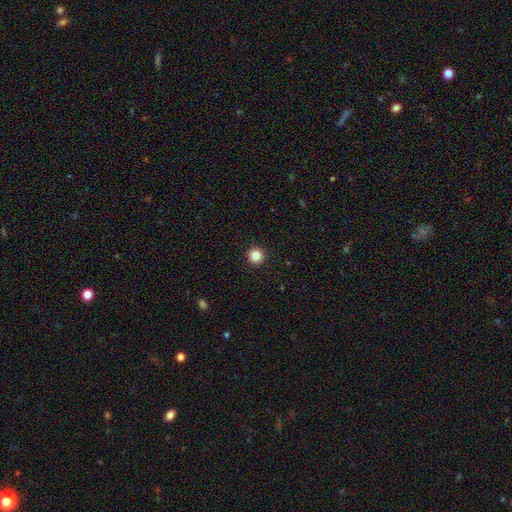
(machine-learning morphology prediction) Overall: smooth (84%). How rounded: round (96%). Merging: none (94%).